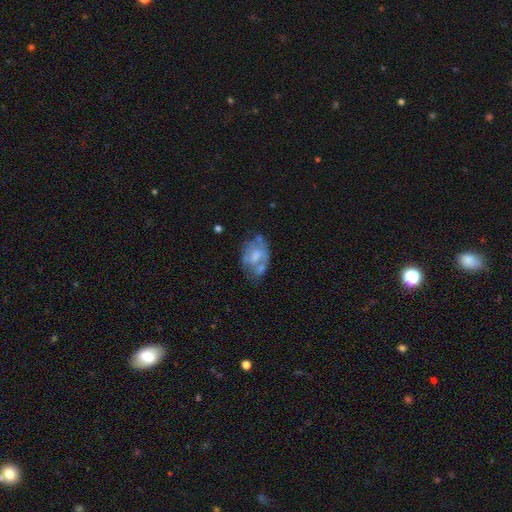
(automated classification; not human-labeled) This is possibly a featured or disk galaxy (53%). It is clearly not viewed edge-on (96%). Bar: likely no (72%). Spiral arm pattern: likely no (70%). Central bulge: marginally moderate (43%). Merging: marginally none (37%).